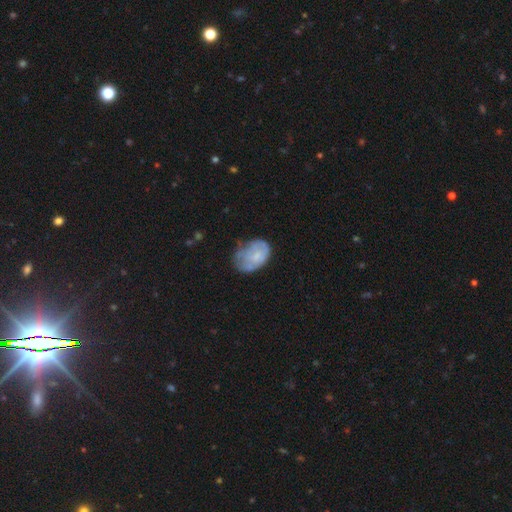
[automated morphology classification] A smooth galaxy with no disk features (55%) that is in between round and cigar-shaped (80%). Merging: none (49%).